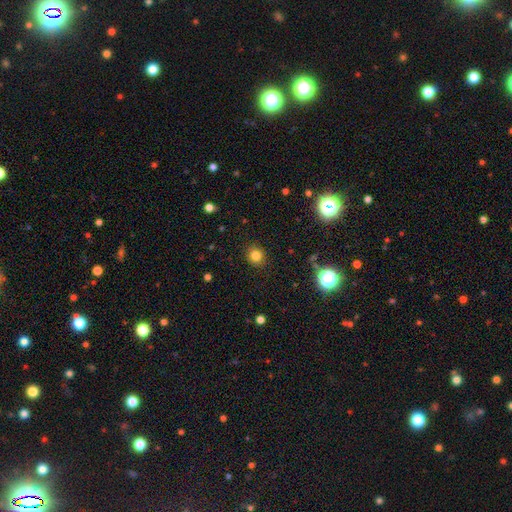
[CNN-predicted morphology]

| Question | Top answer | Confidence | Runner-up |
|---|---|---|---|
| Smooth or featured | smooth | 81% | star or artifact (14%) |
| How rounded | round | 82% | in between (17%) |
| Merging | none | 89% | minor disturbance (7%) |